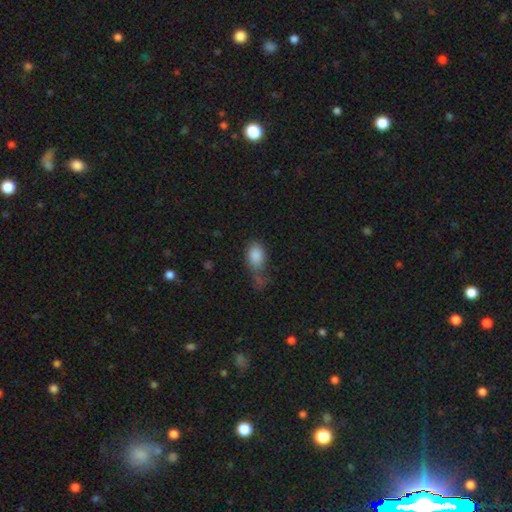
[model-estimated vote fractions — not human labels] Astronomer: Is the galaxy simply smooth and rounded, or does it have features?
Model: smooth — 84%.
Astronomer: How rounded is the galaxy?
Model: in between — 85%.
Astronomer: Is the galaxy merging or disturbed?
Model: none — 34% (runner-up: major disturbance, 27%).